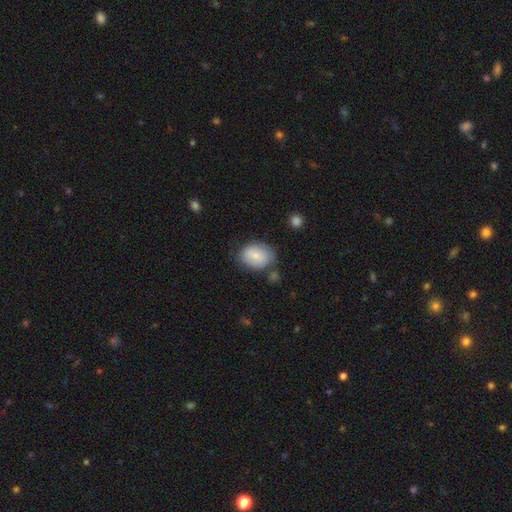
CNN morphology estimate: Q: Smooth or featured?
A: smooth (77%); runner-up: featured or disk (16%)
Q: How rounded?
A: in between (69%); runner-up: round (30%)
Q: Merging?
A: none (63%); runner-up: minor disturbance (22%)